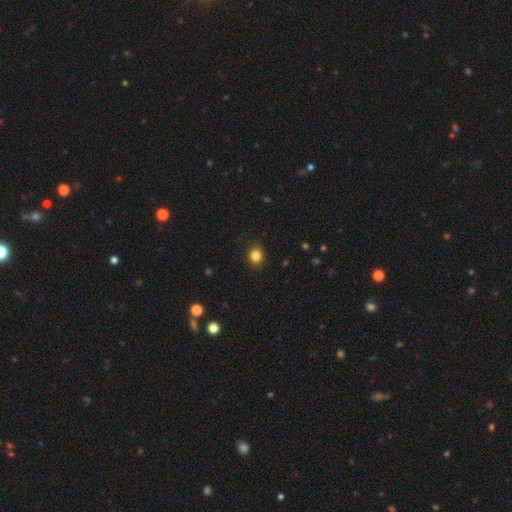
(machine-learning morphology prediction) smooth-or-featured: smooth: 83% | star or artifact: 11% | featured or disk: 5%
  how-rounded: round: 74% | in between: 25% | cigar-shaped: 1%
  merging: none: 90% | minor disturbance: 7% | major disturbance: 2% | merger: 1%